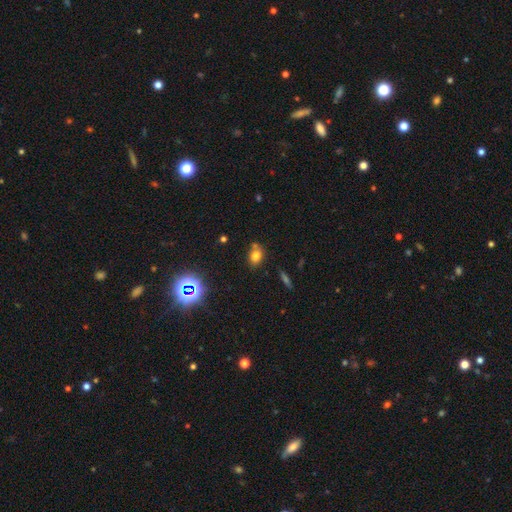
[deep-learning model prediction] Smooth or featured?
  - smooth: 73% *
  - star or artifact: 17%
  - featured or disk: 10%
How rounded?
  - in between: 62% *
  - round: 36%
  - cigar-shaped: 2%
Merging?
  - none: 63% *
  - minor disturbance: 17%
  - merger: 15%
  - major disturbance: 5%